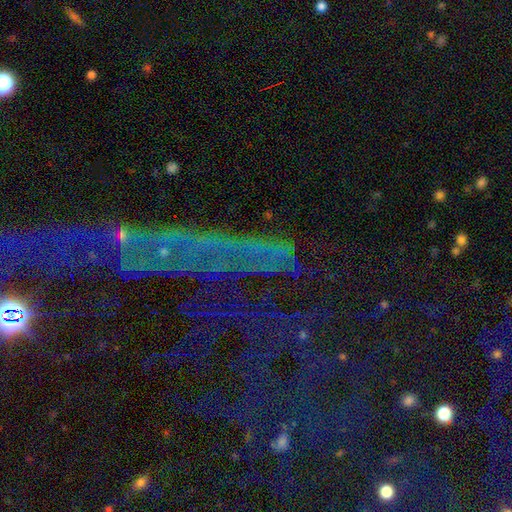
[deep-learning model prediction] A star or artifact, not a galaxy (74%).

Vote fractions:
- Smooth or featured? star or artifact: 74% / featured or disk: 14% / smooth: 12%